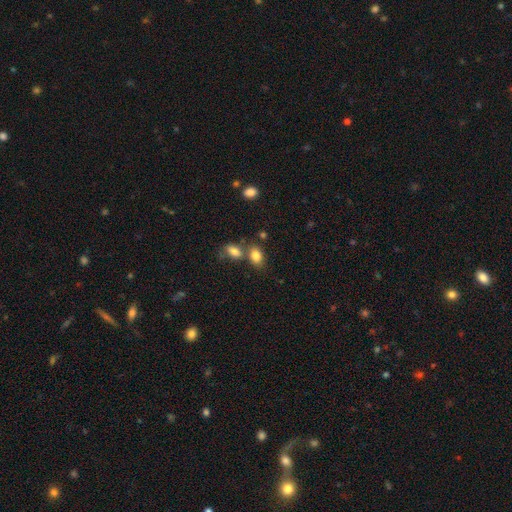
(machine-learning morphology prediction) The model was most divided on "merging": none: 52%, merger: 33%, minor disturbance: 12%, major disturbance: 4%. More confident: smooth or featured — smooth (83%); how rounded — in between (80%).